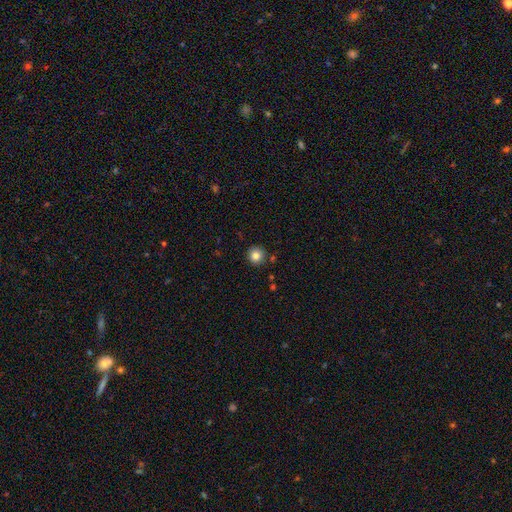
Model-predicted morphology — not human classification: The model was most divided on "smooth or featured": smooth: 83%, star or artifact: 11%, featured or disk: 6%. More confident: how rounded — round (94%); merging — none (88%).